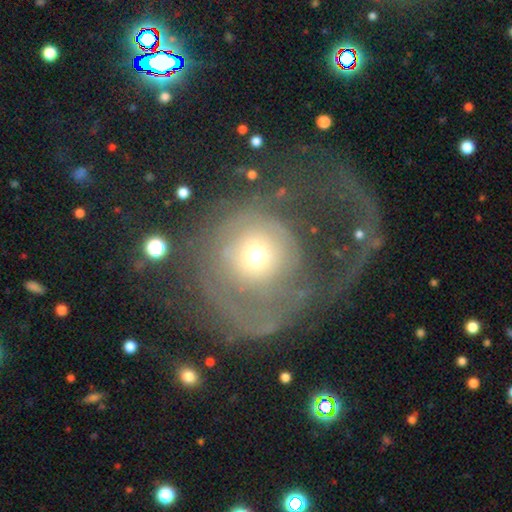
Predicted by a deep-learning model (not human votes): The model was most divided on "spiral arms": yes: 51%, no: 49%. More confident: edge-on disk — no (96%); bar — no (84%); merging — major disturbance (65%); smooth or featured — featured or disk (58%); bulge size — moderate (54%).